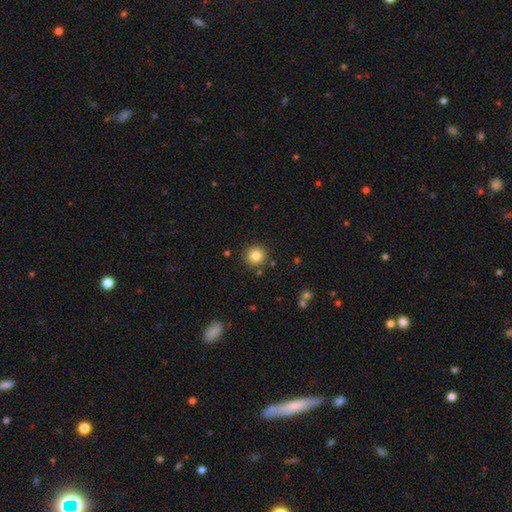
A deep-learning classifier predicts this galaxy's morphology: Smooth or featured?
  - smooth: 83% *
  - star or artifact: 11%
  - featured or disk: 6%
How rounded?
  - round: 94% *
  - in between: 5%
  - cigar-shaped: 1%
Merging?
  - none: 89% *
  - minor disturbance: 6%
  - merger: 3%
  - major disturbance: 2%